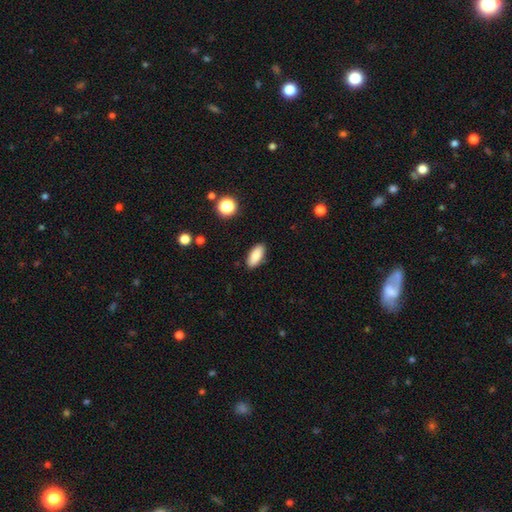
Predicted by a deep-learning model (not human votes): This appears to be a smooth galaxy with no disk features (86%) that is in between round and cigar-shaped (86%). Merging: none (89%).